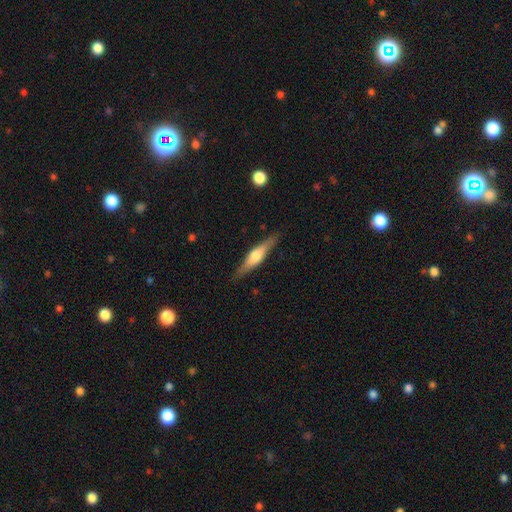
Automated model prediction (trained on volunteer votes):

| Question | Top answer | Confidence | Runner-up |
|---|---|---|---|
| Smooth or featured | featured or disk | 57% | smooth (38%) |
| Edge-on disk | yes | 94% | no (6%) |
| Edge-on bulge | rounded | 87% | boxy (9%) |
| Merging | none | 86% | minor disturbance (10%) |